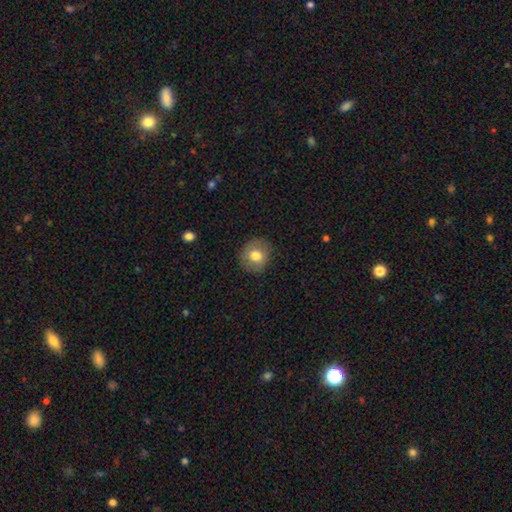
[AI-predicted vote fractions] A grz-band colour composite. It shows a smooth galaxy with no disk features (72%) that is round (79%). Merging: none (86%).